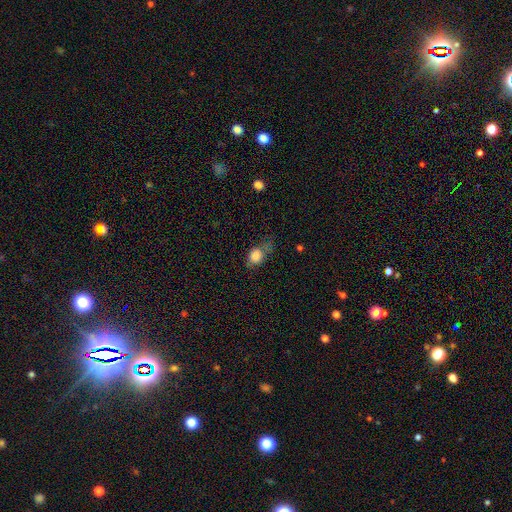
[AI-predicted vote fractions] This is clearly a smooth galaxy (81%). How rounded: possibly in between (55%). Merging: marginally none (43%).